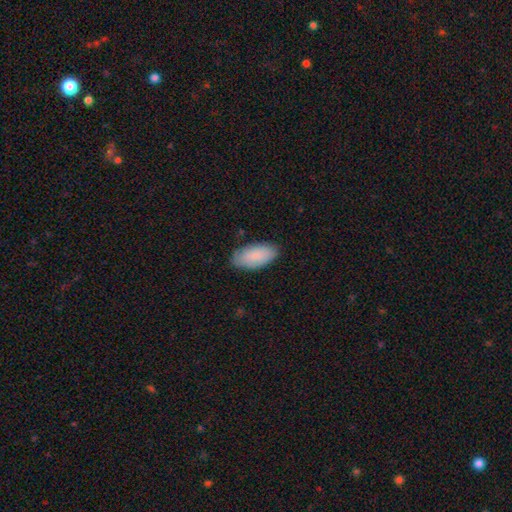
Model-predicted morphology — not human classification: Smooth or featured: smooth — 86% (featured or disk — 9%)
How rounded: in between — 94% (cigar-shaped — 4%)
Merging: none — 80% (minor disturbance — 16%)